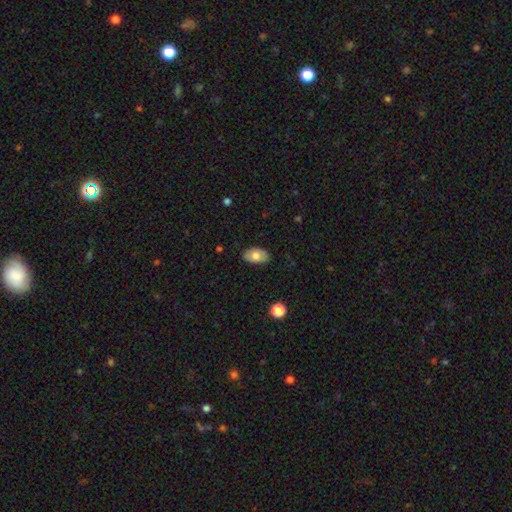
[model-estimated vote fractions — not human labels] smooth_or_featured: smooth (p=0.76) [alt: featured or disk p=0.17]
how_rounded: in between (p=0.92) [alt: round p=0.07]
merging: none (p=0.85) [alt: minor disturbance p=0.12]